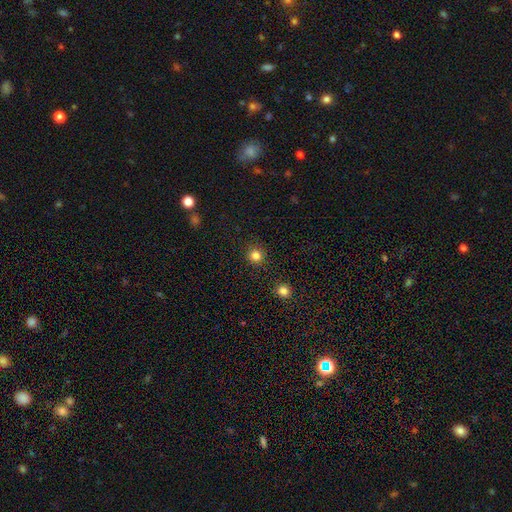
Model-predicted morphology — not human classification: Overall: smooth (82%). How rounded: round (93%). Merging: none (91%).